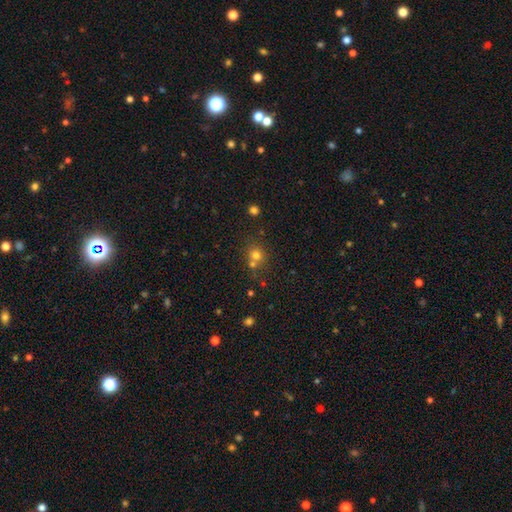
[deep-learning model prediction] This is likely a smooth galaxy (72%). How rounded: clearly round (82%). Merging: possibly none (56%).